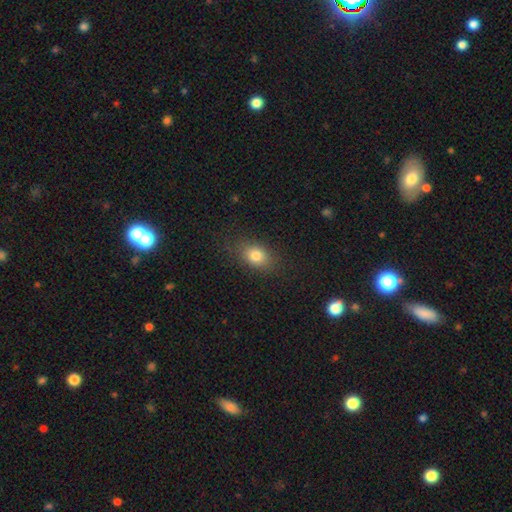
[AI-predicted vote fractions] A smooth galaxy with no disk features (81%) that is in between round and cigar-shaped (71%). Merging: none (82%).